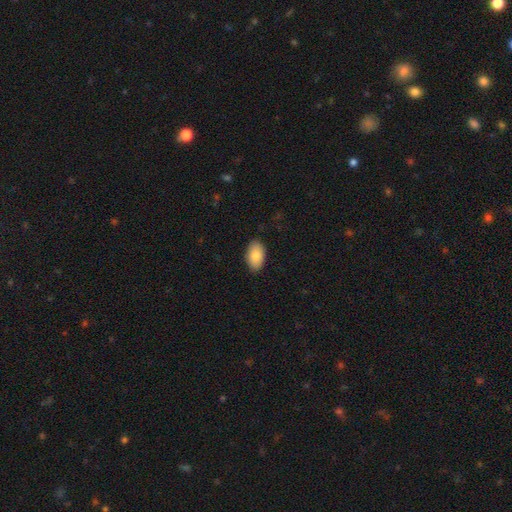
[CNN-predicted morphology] A smooth galaxy with no disk features (84%) that is in between round and cigar-shaped (93%).

Vote fractions:
- Smooth or featured? smooth: 84% / featured or disk: 10% / star or artifact: 6%
- How rounded? in between: 93% / round: 6% / cigar-shaped: 1%
- Merging? none: 87% / minor disturbance: 10% / major disturbance: 2% / merger: 1%